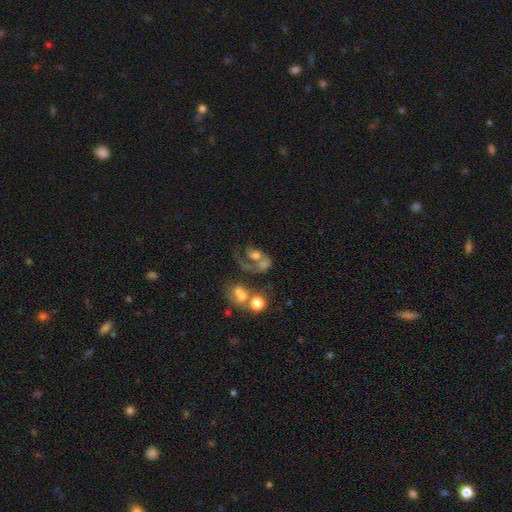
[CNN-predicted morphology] featured or disk 55%, smooth 33%, star or artifact 12%. Down the decision tree: edge-on disk — no (97%); bar — no (78%); spiral arms — yes (62%); bulge size — moderate (37%); merging — merger (45%).